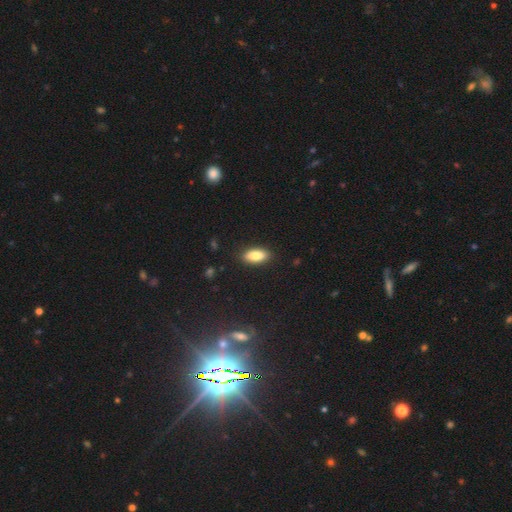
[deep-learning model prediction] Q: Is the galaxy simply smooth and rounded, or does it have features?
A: smooth — 82%.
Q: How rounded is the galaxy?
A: in between — 84%.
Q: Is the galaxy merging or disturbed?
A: none — 88%.